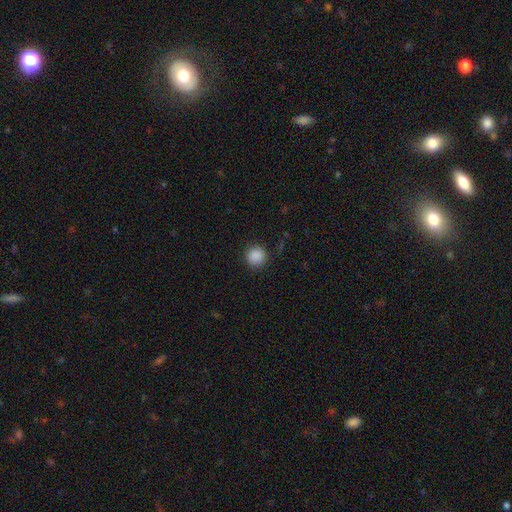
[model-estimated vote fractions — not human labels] A smooth galaxy with no disk features (88%) that is round (93%).

Vote fractions:
- Smooth or featured? smooth: 88% / star or artifact: 9% / featured or disk: 3%
- How rounded? round: 93% / in between: 6% / cigar-shaped: 1%
- Merging? none: 88% / minor disturbance: 8% / major disturbance: 3% / merger: 1%